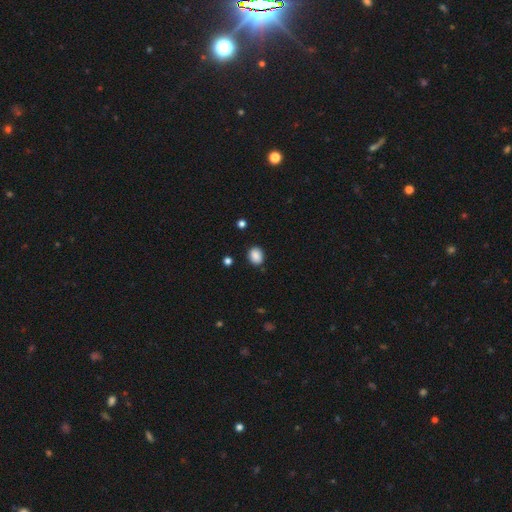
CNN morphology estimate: Smooth or featured? Predicted: smooth (p=0.87). How rounded? Predicted: in between (p=0.54). Merging? Predicted: none (p=0.83).